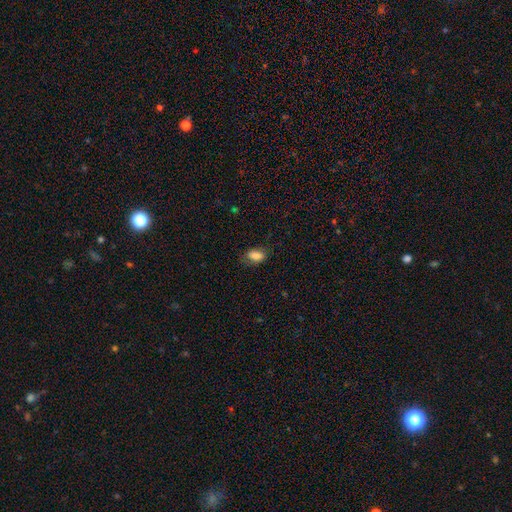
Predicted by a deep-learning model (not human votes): Smooth or featured: smooth — 82% (featured or disk — 10%)
How rounded: in between — 87% (round — 11%)
Merging: none — 70% (minor disturbance — 22%)